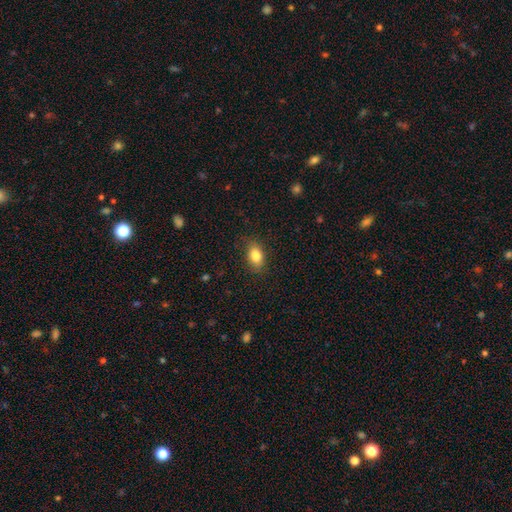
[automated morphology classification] type=smooth (83%); roundness=in between (85%); merging=none (82%).